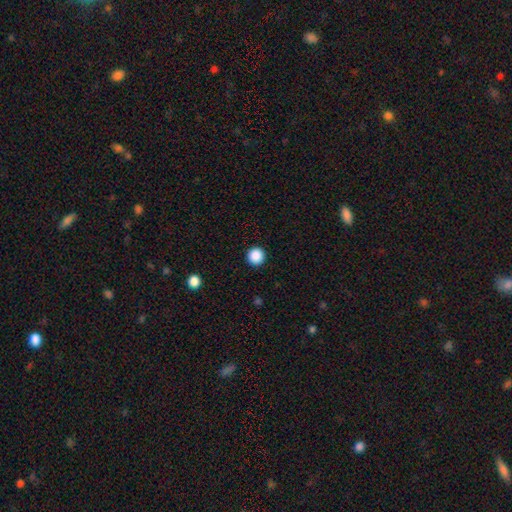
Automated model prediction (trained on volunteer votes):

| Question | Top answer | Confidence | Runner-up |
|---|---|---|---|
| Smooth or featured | smooth | 88% | star or artifact (10%) |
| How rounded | round | 95% | in between (4%) |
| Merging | none | 93% | minor disturbance (4%) |